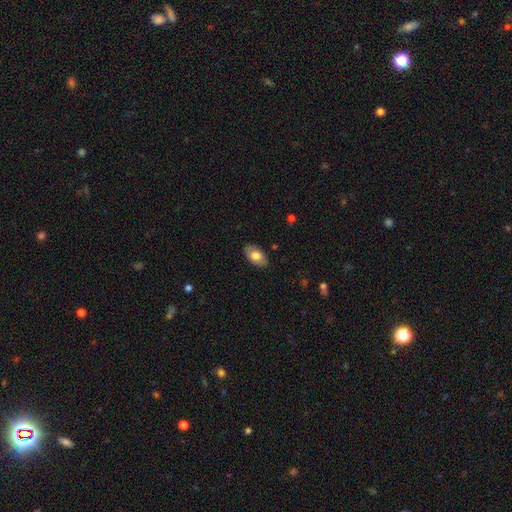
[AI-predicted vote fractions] A smooth galaxy with no disk features (73%) that is in between round and cigar-shaped (94%).

Vote fractions:
- Smooth or featured? smooth: 73% / featured or disk: 20% / star or artifact: 6%
- How rounded? in between: 94% / round: 4% / cigar-shaped: 2%
- Merging? none: 86% / minor disturbance: 11% / major disturbance: 2% / merger: 1%